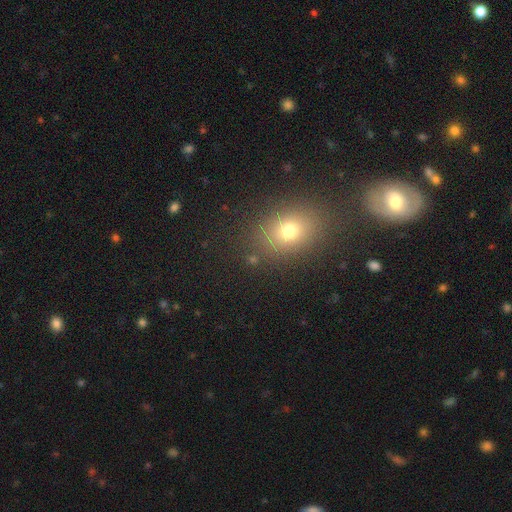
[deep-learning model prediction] Overall: smooth (67%). How rounded: in between (55%; round 44%). Merging: none (81%).